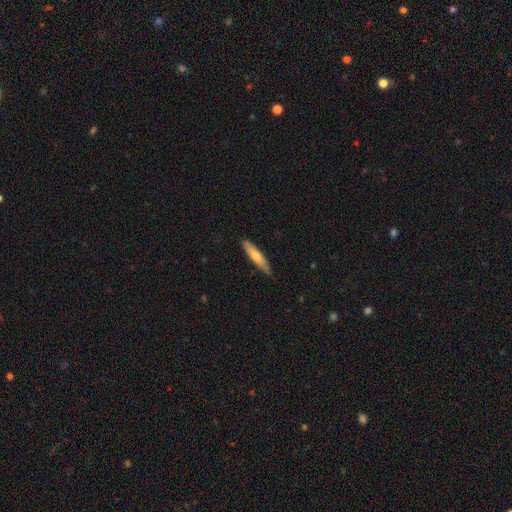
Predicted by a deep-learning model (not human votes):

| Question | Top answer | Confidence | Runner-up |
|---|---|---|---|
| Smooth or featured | smooth | 63% | featured or disk (32%) |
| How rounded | cigar-shaped | 85% | in between (13%) |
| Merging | none | 83% | minor disturbance (14%) |